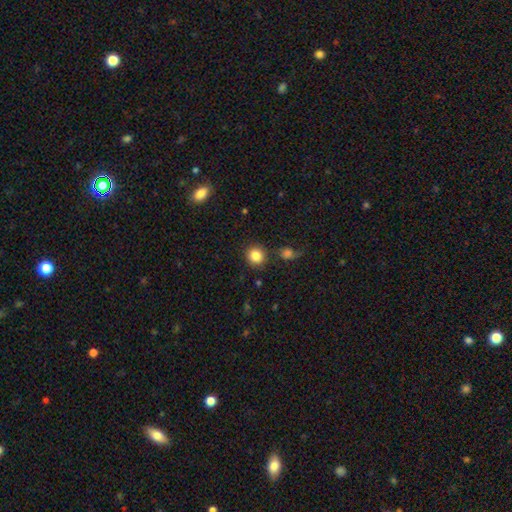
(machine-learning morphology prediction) This is clearly a smooth galaxy (85%). How rounded: clearly round (89%). Merging: clearly none (83%).